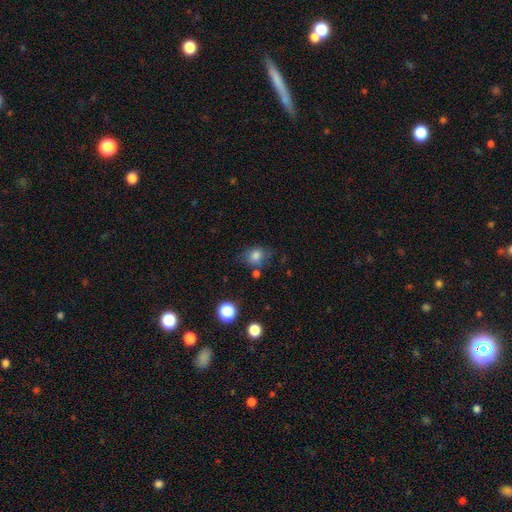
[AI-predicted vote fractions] Smooth or featured: smooth — 77% (star or artifact — 12%)
How rounded: round — 52% (in between — 47%)
Merging: none — 63% (minor disturbance — 22%)